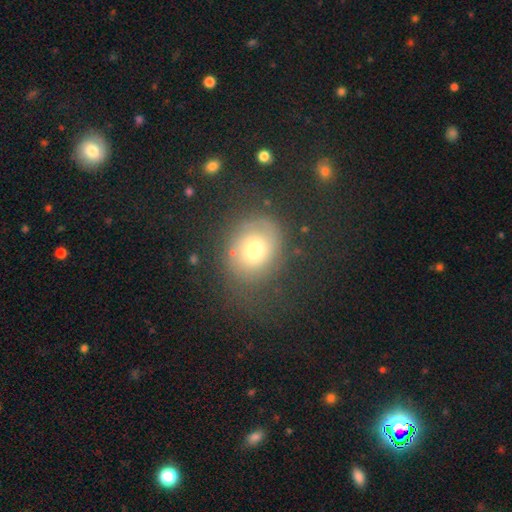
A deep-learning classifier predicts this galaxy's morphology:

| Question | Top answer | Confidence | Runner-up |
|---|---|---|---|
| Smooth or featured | smooth | 54% | featured or disk (33%) |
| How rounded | round | 56% | in between (43%) |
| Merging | none | 63% | minor disturbance (19%) |